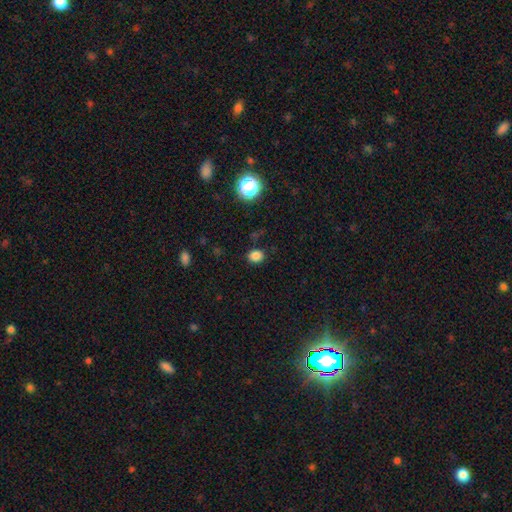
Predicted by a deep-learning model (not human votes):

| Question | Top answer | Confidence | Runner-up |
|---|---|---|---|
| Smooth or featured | smooth | 82% | star or artifact (14%) |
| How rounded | round | 59% | in between (40%) |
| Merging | none | 85% | minor disturbance (11%) |